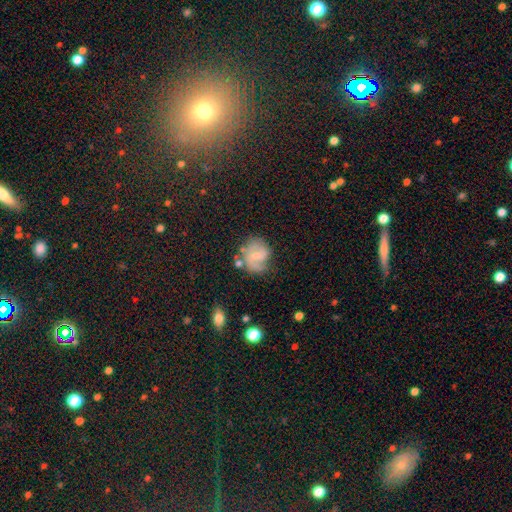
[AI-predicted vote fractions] This is likely a featured or disk galaxy (67%). It is clearly not viewed edge-on (98%). Bar: possibly no (54%). Spiral arm pattern: clearly yes (88%). Spiral arm count: possibly 2 (56%). Spiral winding: marginally medium (44%). Central bulge: possibly small (60%). Merging: possibly none (54%).